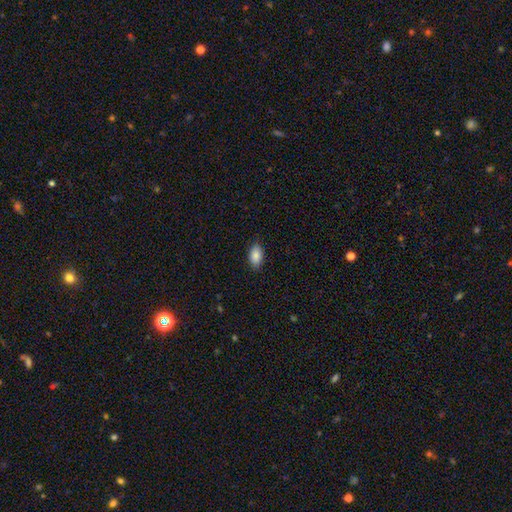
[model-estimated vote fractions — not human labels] A smooth galaxy with no disk features (88%) that is in between round and cigar-shaped (93%).

Vote fractions:
- Smooth or featured? smooth: 88% / star or artifact: 7% / featured or disk: 5%
- How rounded? in between: 93% / round: 4% / cigar-shaped: 2%
- Merging? none: 88% / minor disturbance: 9% / major disturbance: 2% / merger: 1%